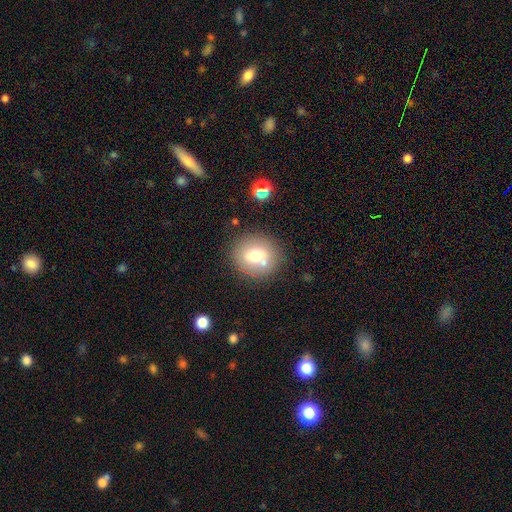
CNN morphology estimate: smooth 68%, featured or disk 21%, star or artifact 11%. Down the decision tree: how rounded — round (80%); merging — none (71%).